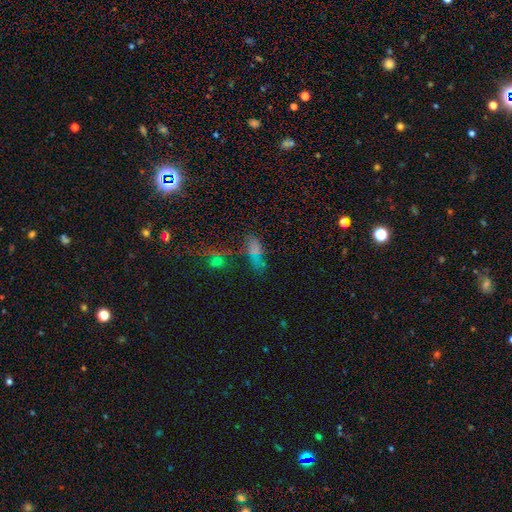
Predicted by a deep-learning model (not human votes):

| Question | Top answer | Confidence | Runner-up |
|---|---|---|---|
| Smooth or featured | smooth | 44% | star or artifact (41%) |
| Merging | none | 49% | minor disturbance (20%) |